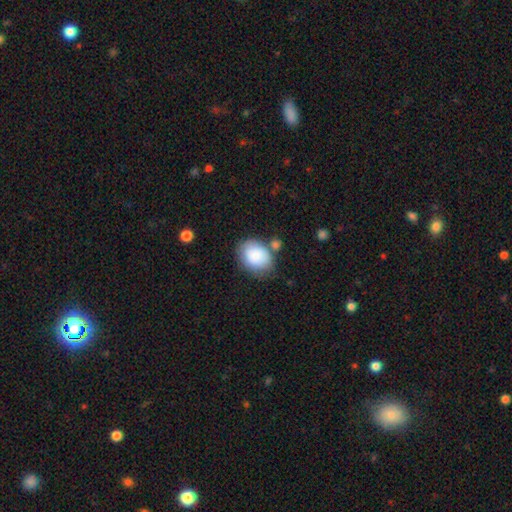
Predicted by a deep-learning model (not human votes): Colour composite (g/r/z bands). It shows a smooth galaxy with no disk features (85%) that is in between round and cigar-shaped (62%). Merging: none (61%).